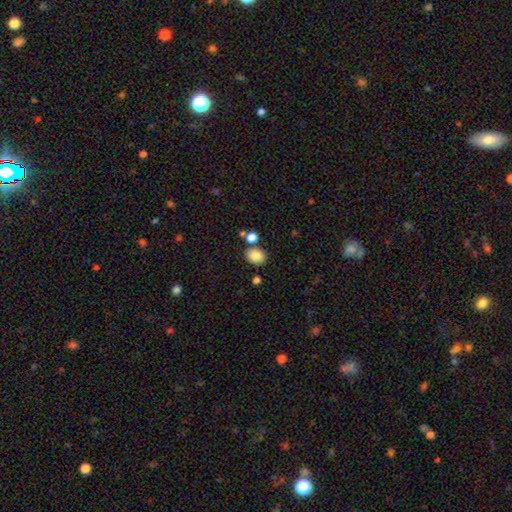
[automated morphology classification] type=smooth (83%); roundness=in between (51%); merging=none (77%).